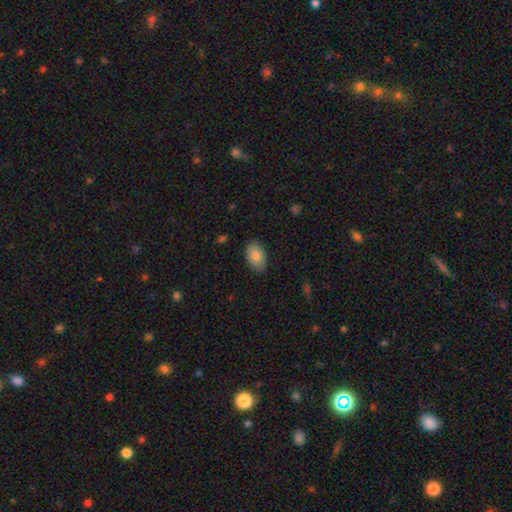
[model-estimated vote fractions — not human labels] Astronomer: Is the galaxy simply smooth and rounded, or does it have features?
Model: smooth — 84%.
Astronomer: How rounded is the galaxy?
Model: in between — 92%.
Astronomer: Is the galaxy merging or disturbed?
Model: none — 84%.